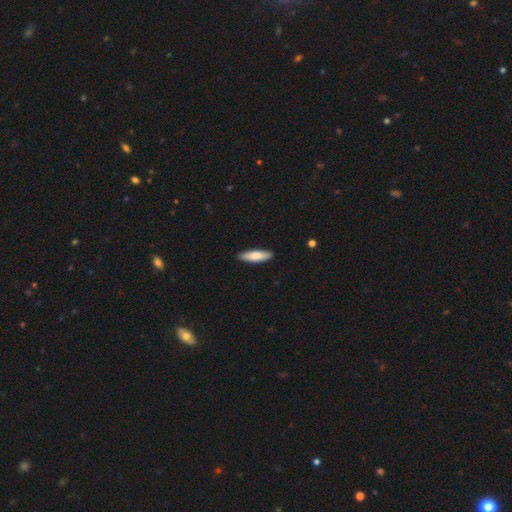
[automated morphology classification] Smooth or featured? smooth (79%)
How rounded? cigar-shaped (60%)
Merging? none (90%)